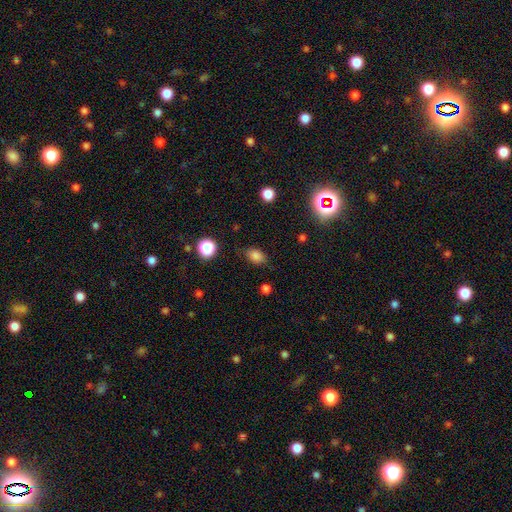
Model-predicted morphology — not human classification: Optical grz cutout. It shows a smooth galaxy with no disk features (82%) that is in between round and cigar-shaped (80%). Merging: none (81%).